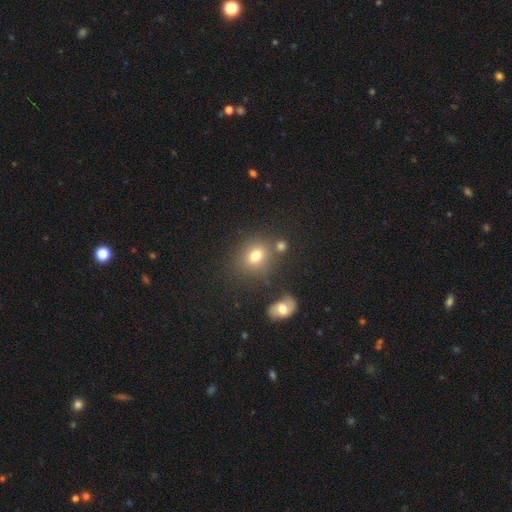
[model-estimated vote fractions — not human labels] A smooth galaxy with no disk features (73%) that is round (63%).

Vote fractions:
- Smooth or featured? smooth: 73% / star or artifact: 15% / featured or disk: 11%
- How rounded? round: 63% / in between: 36% / cigar-shaped: 1%
- Merging? none: 71% / minor disturbance: 12% / merger: 12% / major disturbance: 5%